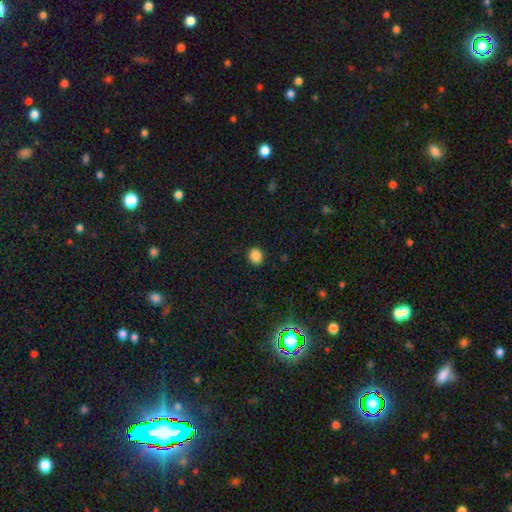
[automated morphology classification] A smooth galaxy with no disk features (86%) that is round (78%).

Vote fractions:
- Smooth or featured? smooth: 86% / star or artifact: 11% / featured or disk: 3%
- How rounded? round: 78% / in between: 21% / cigar-shaped: 1%
- Merging? none: 91% / minor disturbance: 6% / major disturbance: 2% / merger: 1%